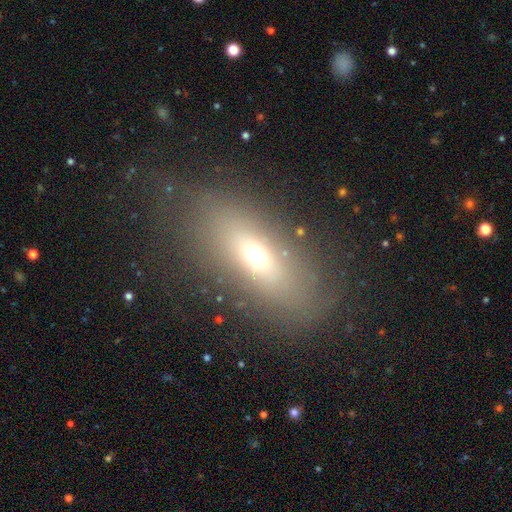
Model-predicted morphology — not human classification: smooth_or_featured: smooth (p=0.57) [alt: featured or disk p=0.28]
how_rounded: in between (p=0.71) [alt: cigar-shaped p=0.18]
merging: none (p=0.69) [alt: minor disturbance p=0.16]